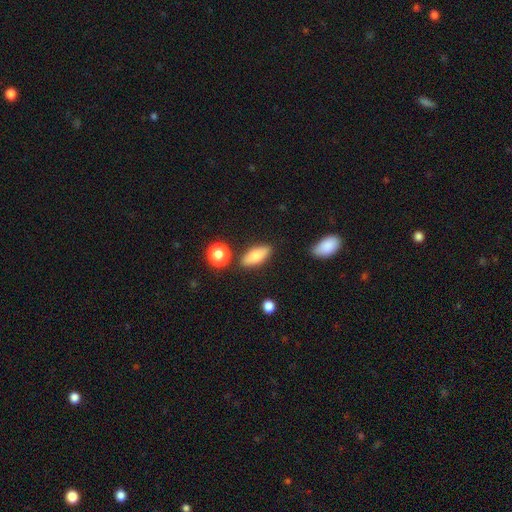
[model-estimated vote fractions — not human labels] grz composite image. It shows a smooth galaxy with no disk features (75%) that is in between round and cigar-shaped (73%). Merging: none (82%).